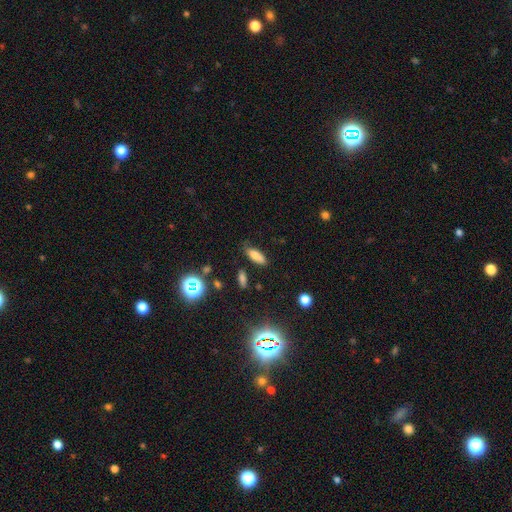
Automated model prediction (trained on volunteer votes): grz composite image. It shows a smooth galaxy with no disk features (77%) that is in between round and cigar-shaped (68%). Merging: none (72%).